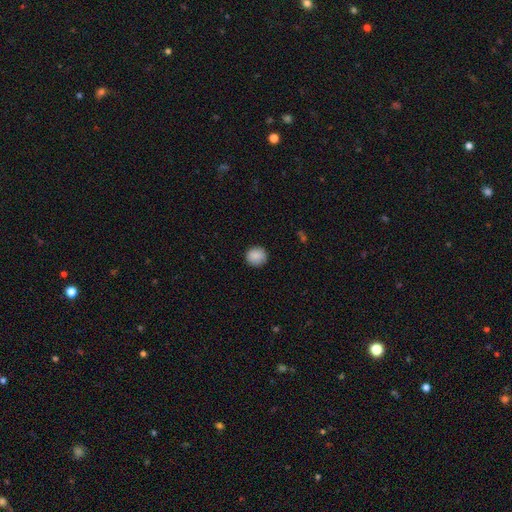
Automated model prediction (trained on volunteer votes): Smooth or featured? Predicted: smooth (p=0.89). How rounded? Predicted: round (p=0.90). Merging? Predicted: none (p=0.89).